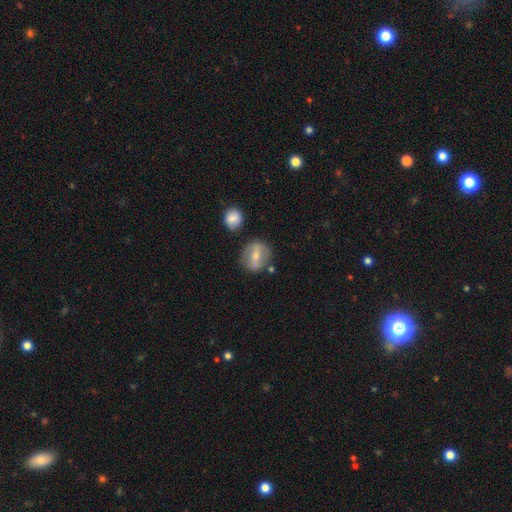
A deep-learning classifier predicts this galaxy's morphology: Smooth or featured: smooth — 48% (featured or disk — 44%)
Merging: none — 73% (minor disturbance — 15%)